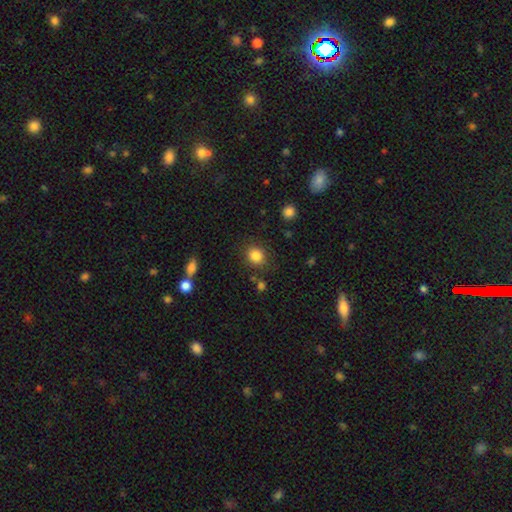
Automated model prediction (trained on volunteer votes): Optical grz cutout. It shows a smooth galaxy with no disk features (85%) that is round (80%). Merging: none (83%).